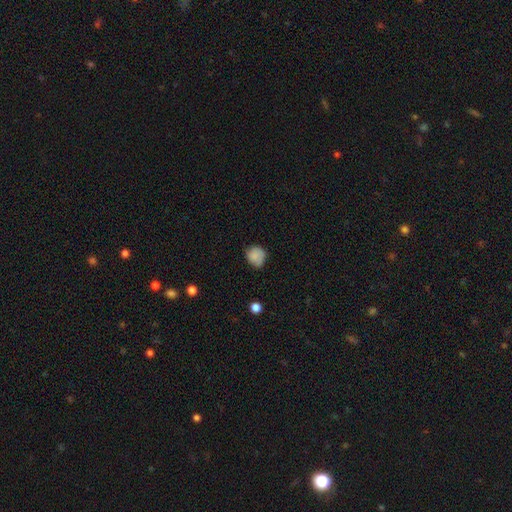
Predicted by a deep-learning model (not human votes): smooth-or-featured: smooth: 83% | star or artifact: 9% | featured or disk: 9%
  how-rounded: round: 79% | in between: 20% | cigar-shaped: 1%
  merging: none: 62% | minor disturbance: 30% | major disturbance: 6% | merger: 2%